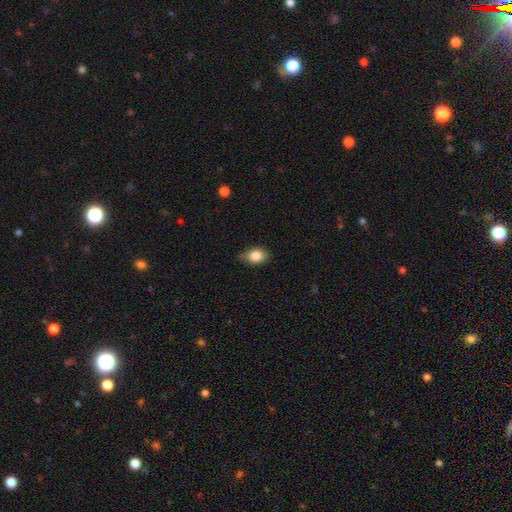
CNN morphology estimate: Smooth or featured: smooth — 84% (star or artifact — 8%)
How rounded: in between — 81% (round — 17%)
Merging: none — 77% (minor disturbance — 19%)